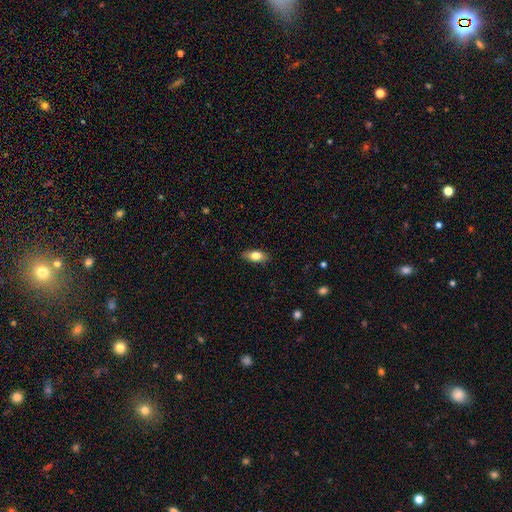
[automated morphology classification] Smooth or featured?
  - smooth: 78% *
  - featured or disk: 15%
  - star or artifact: 7%
How rounded?
  - in between: 85% *
  - cigar-shaped: 10%
  - round: 5%
Merging?
  - none: 86% *
  - minor disturbance: 11%
  - major disturbance: 2%
  - merger: 1%